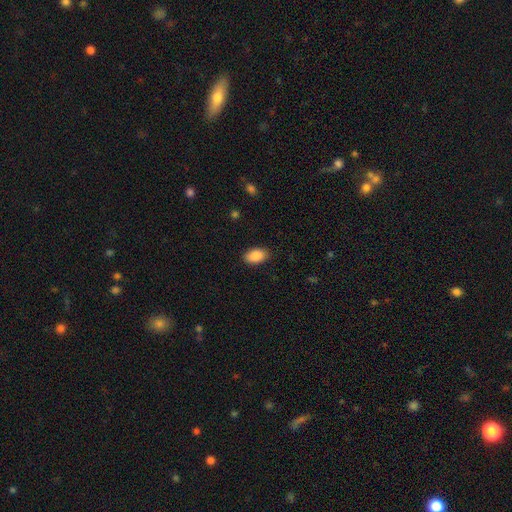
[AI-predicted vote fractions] A smooth galaxy with no disk features (89%) that is in between round and cigar-shaped (92%). Merging: none (88%).